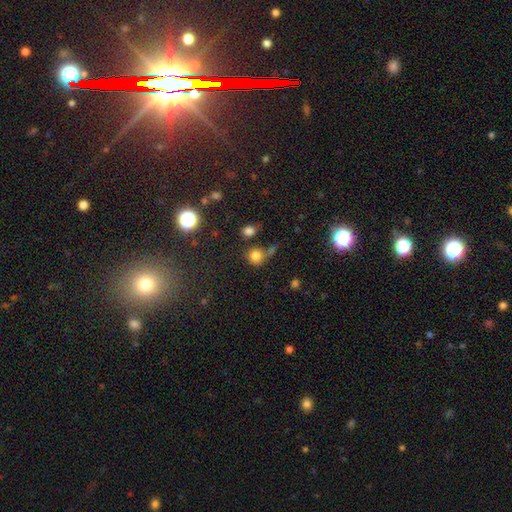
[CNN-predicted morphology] Smooth or featured: smooth — 78% (star or artifact — 15%)
How rounded: round — 87% (in between — 12%)
Merging: none — 66% (merger — 17%)